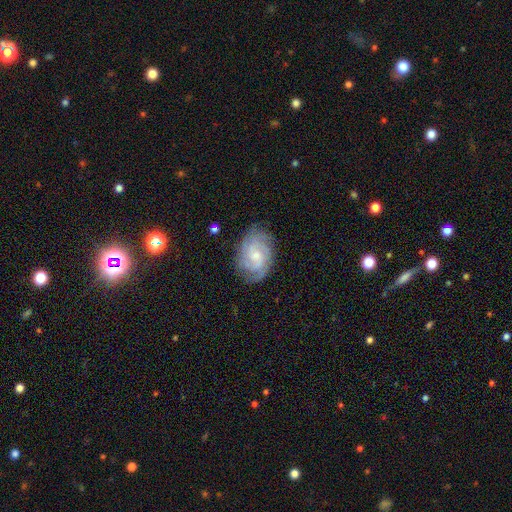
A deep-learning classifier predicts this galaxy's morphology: The model was most divided on "spiral arm count": 3: 26%, can't tell: 25%, 2: 21%, 4: 16%, more than 4: 6%, 1: 6%. More confident: edge-on disk — no (97%); spiral arms — yes (97%); smooth or featured — featured or disk (84%); merging — none (79%); spiral winding — tight (65%); bulge size — small (61%); bar — no (60%).